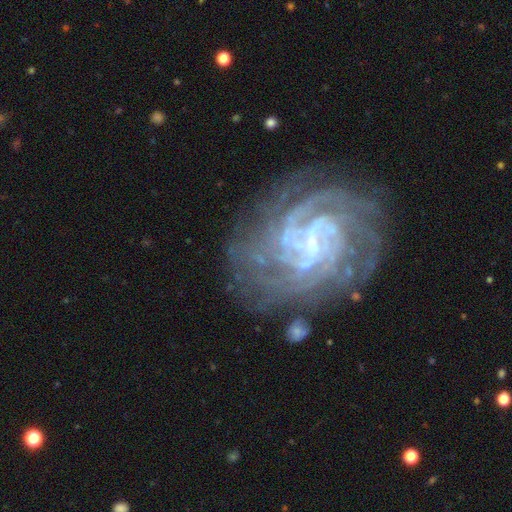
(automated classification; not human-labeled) Smooth or featured?
  - featured or disk: 87% *
  - star or artifact: 8%
  - smooth: 5%
Edge-on disk?
  - no: 98% *
  - yes: 2%
Bar?
  - weak: 46% *
  - no: 28%
  - strong: 26%
Spiral arms?
  - yes: 98% *
  - no: 2%
Spiral winding?
  - tight: 71% *
  - medium: 25%
  - loose: 5%
Spiral arm count?
  - can't tell: 23% *
  - 2: 21%
  - 4: 17%
  - 3: 17%
  - more than 4: 12%
  - 1: 9%
Bulge size?
  - small: 68% *
  - none: 15%
  - moderate: 13%
  - large: 2%
  - dominant: 1%
Merging?
  - none: 78% *
  - minor disturbance: 13%
  - major disturbance: 7%
  - merger: 2%